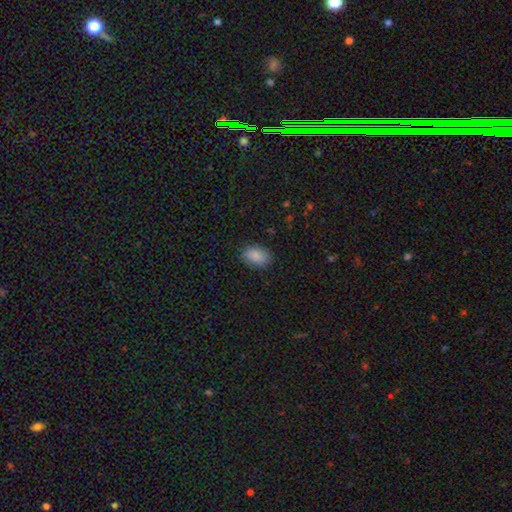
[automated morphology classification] The model was most divided on "merging": none: 84%, minor disturbance: 12%, major disturbance: 3%, merger: 1%. More confident: smooth or featured — smooth (88%); how rounded — in between (87%).